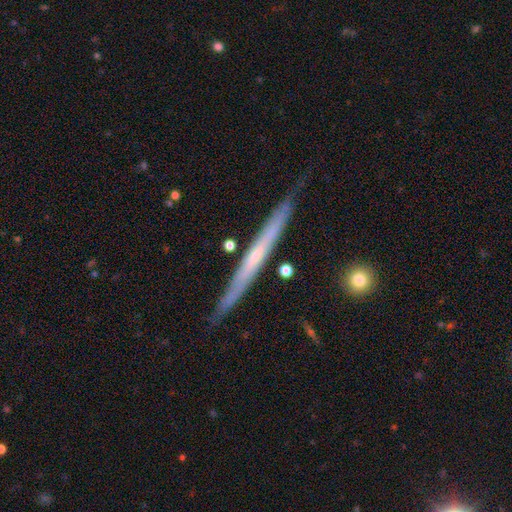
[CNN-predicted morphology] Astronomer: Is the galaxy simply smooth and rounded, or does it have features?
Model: featured or disk — 67%.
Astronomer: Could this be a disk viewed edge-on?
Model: yes — 95%.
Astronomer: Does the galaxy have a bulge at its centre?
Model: none — 68%.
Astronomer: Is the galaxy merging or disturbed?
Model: none — 83%.